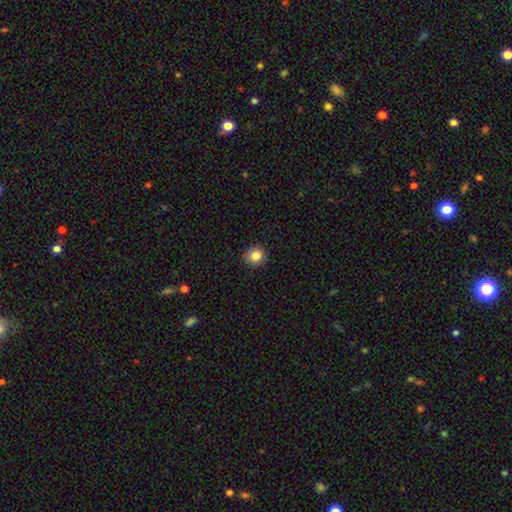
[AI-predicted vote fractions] Q: Smooth or featured?
A: smooth (84%); runner-up: star or artifact (10%)
Q: How rounded?
A: round (88%); runner-up: in between (11%)
Q: Merging?
A: none (89%); runner-up: minor disturbance (8%)